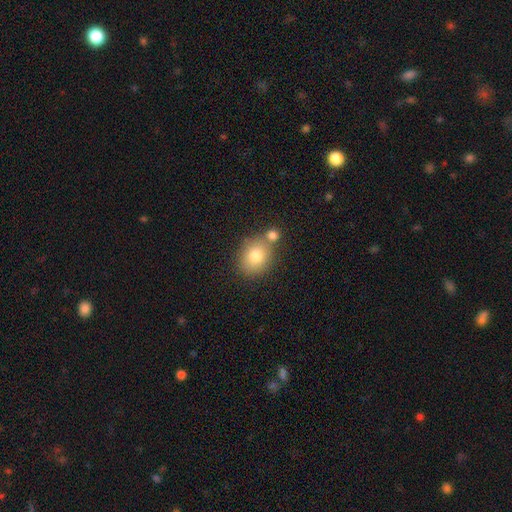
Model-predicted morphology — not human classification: This is likely a smooth galaxy (79%). How rounded: possibly round (57%). Merging: possibly none (59%).